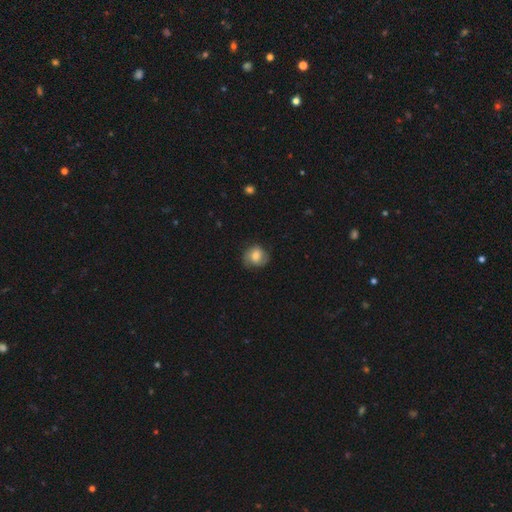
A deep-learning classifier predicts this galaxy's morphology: The model was most divided on "smooth or featured": smooth: 63%, featured or disk: 28%, star or artifact: 8%. More confident: how rounded — round (72%); merging — none (70%).